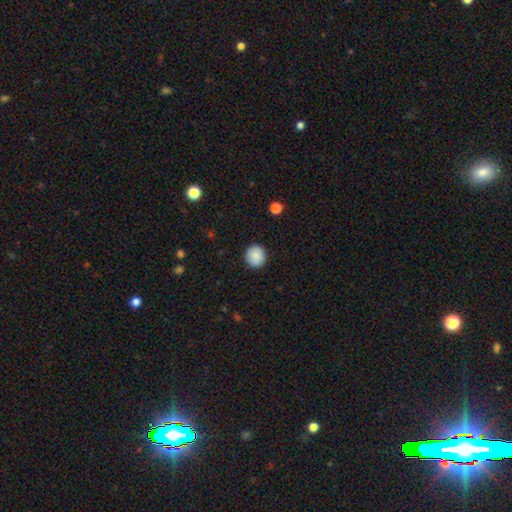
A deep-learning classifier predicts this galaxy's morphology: This appears to be a smooth galaxy with no disk features (88%) that is round (90%). Merging: none (91%).